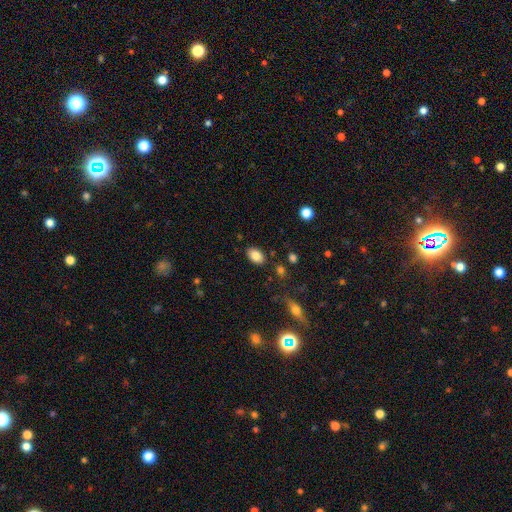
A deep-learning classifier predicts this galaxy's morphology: Smooth or featured: smooth — 84% (star or artifact — 8%)
How rounded: in between — 87% (round — 12%)
Merging: none — 85% (minor disturbance — 10%)